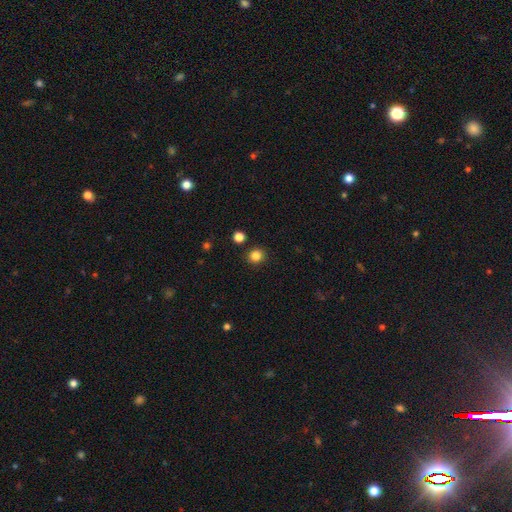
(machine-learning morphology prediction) A smooth galaxy with no disk features (84%) that is round (88%). Merging: none (89%).